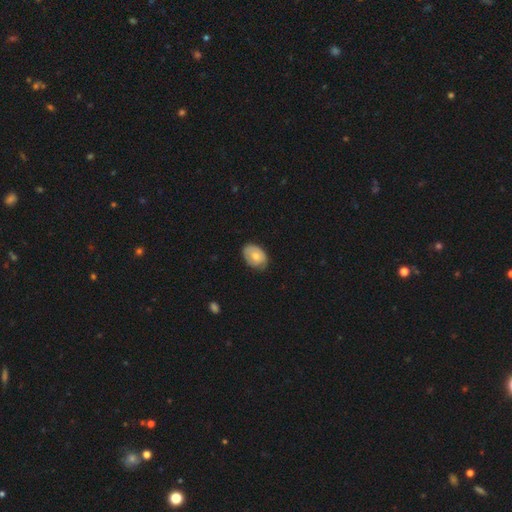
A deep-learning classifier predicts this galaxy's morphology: Overall: smooth (66%; featured or disk 27%). How rounded: in between (80%). Merging: none (72%).